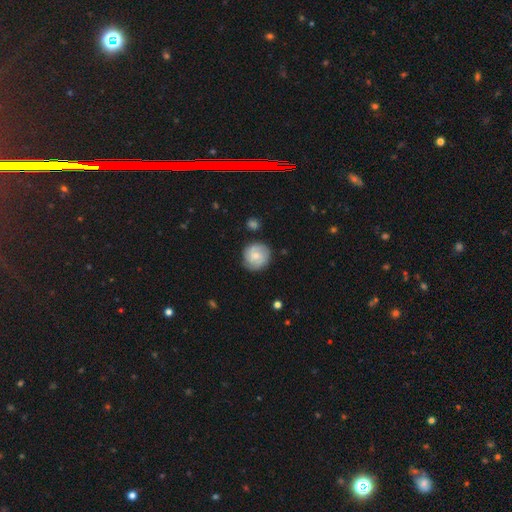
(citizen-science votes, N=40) featured or disk 48%, smooth 45%, star or artifact 8%. Down the decision tree: edge-on disk — no (100%); bar — no (84%); spiral arms — yes (74%); spiral arm count — can't tell (57%); spiral winding — tight (86%); bulge size — small (68%); merging — none (86%).